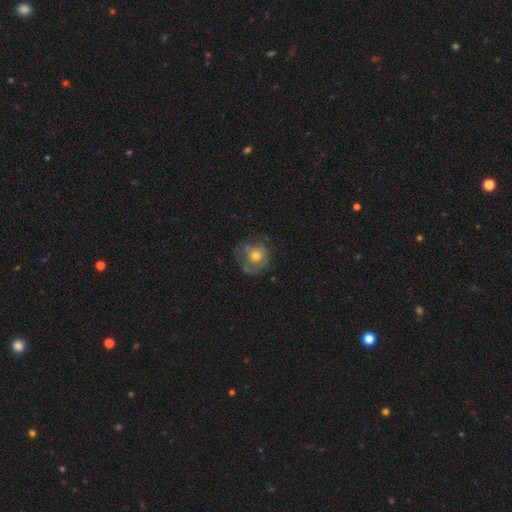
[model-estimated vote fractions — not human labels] Smooth or featured: smooth — 52% (featured or disk — 39%)
How rounded: round — 86% (in between — 13%)
Merging: none — 58% (minor disturbance — 23%)